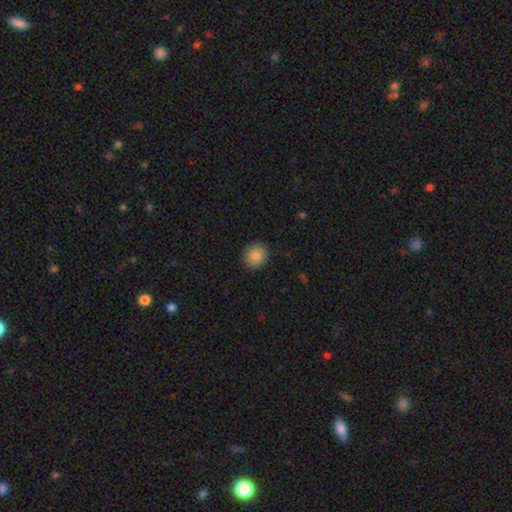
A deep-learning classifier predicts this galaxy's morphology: This appears to be a smooth galaxy with no disk features (84%) that is round (85%). Merging: none (91%).